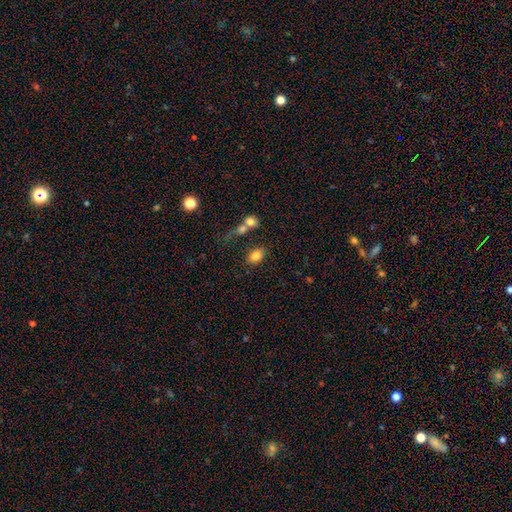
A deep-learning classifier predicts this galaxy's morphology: A smooth galaxy with no disk features (82%) that is in between round and cigar-shaped (84%).

Vote fractions:
- Smooth or featured? smooth: 82% / star or artifact: 9% / featured or disk: 9%
- How rounded? in between: 84% / round: 14% / cigar-shaped: 2%
- Merging? none: 68% / merger: 16% / minor disturbance: 11% / major disturbance: 6%